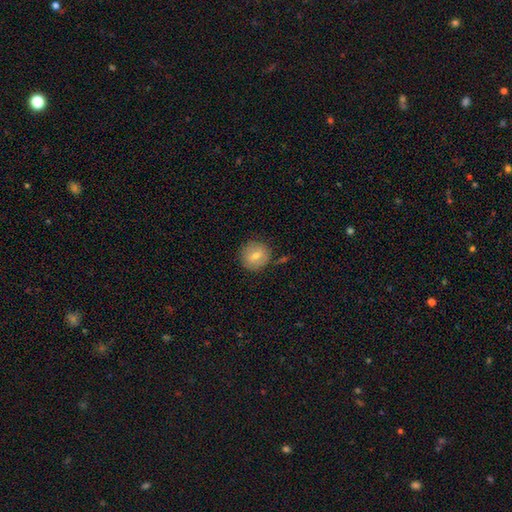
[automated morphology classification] smooth 65%, featured or disk 25%, star or artifact 10%. Down the decision tree: how rounded — round (90%); merging — none (82%).